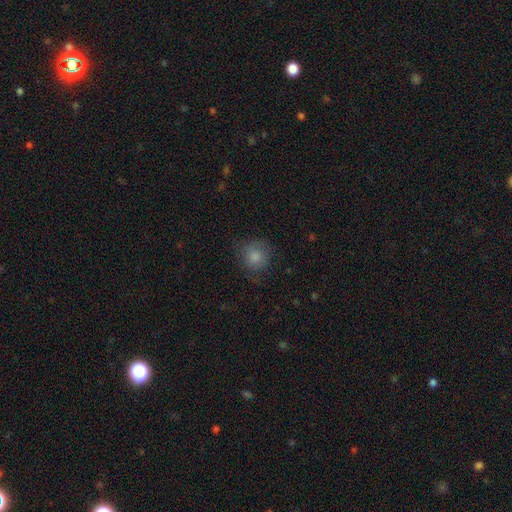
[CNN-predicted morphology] This appears to be a smooth galaxy with no disk features (72%) that is round (88%). Merging: none (76%).